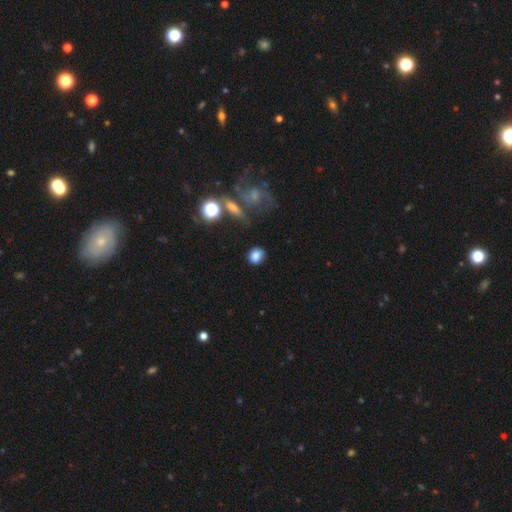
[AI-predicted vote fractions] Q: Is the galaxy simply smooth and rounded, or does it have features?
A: smooth — 81%.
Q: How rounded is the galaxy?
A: in between — 49%, tied with round.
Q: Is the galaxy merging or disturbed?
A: none — 78%.